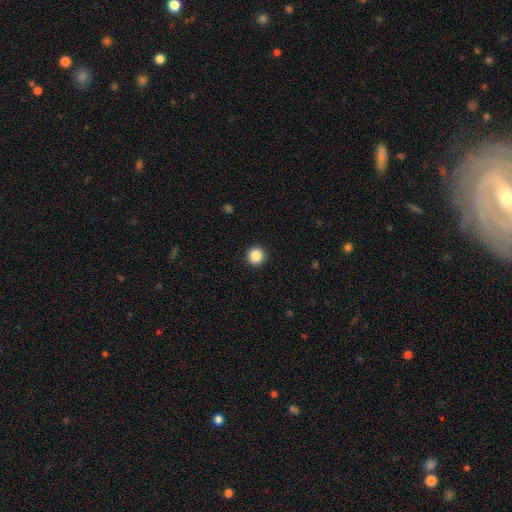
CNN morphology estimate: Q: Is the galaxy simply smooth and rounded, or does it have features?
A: smooth — 87%.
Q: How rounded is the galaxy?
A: round — 95%.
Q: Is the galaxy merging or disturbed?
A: none — 93%.